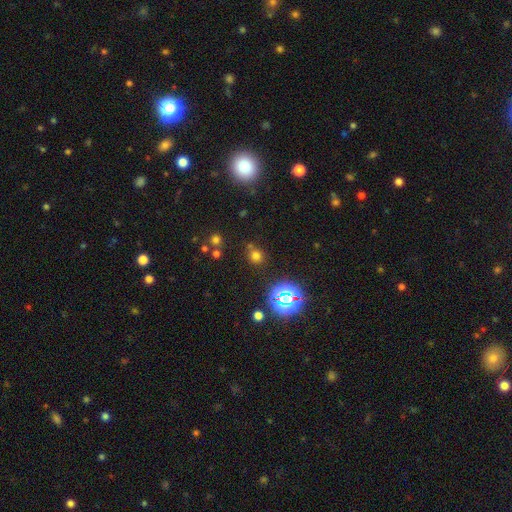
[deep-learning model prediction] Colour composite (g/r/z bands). It shows a smooth galaxy with no disk features (61%) that is round (82%). Merging: none (73%).